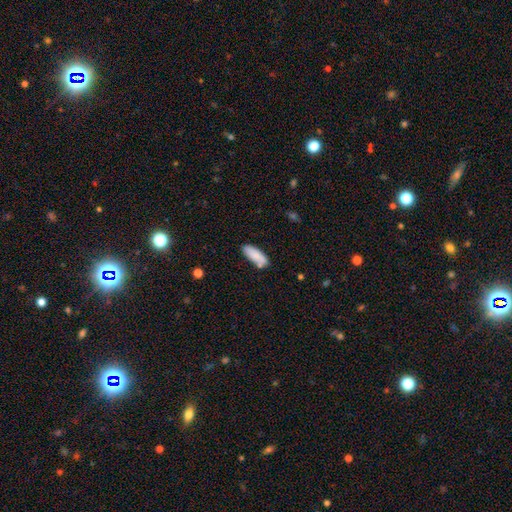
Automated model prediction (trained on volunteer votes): Q: Smooth or featured?
A: smooth (84%); runner-up: featured or disk (10%)
Q: How rounded?
A: in between (72%); runner-up: cigar-shaped (27%)
Q: Merging?
A: none (69%); runner-up: minor disturbance (18%)